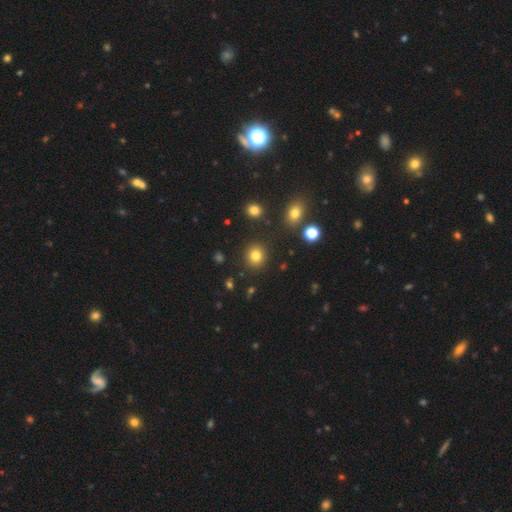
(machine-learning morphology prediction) This is clearly a smooth galaxy (81%). How rounded: clearly round (88%). Merging: clearly none (89%).